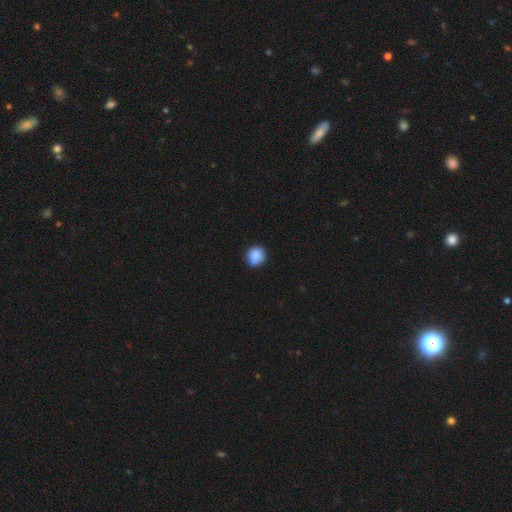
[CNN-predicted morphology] This is clearly a smooth galaxy (85%). How rounded: clearly round (84%). Merging: likely none (75%).